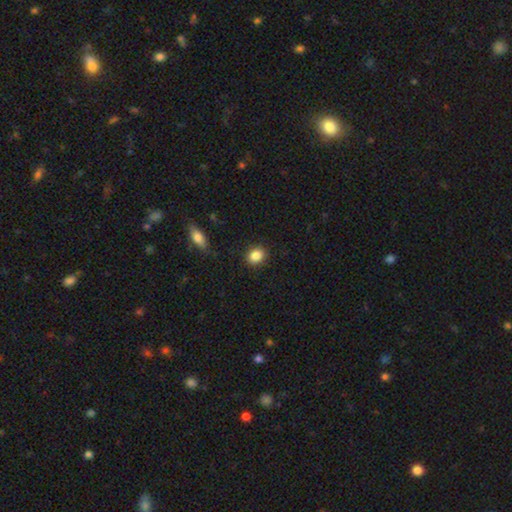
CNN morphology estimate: This appears to be a smooth galaxy with no disk features (87%) that is round (59%). Merging: none (89%).